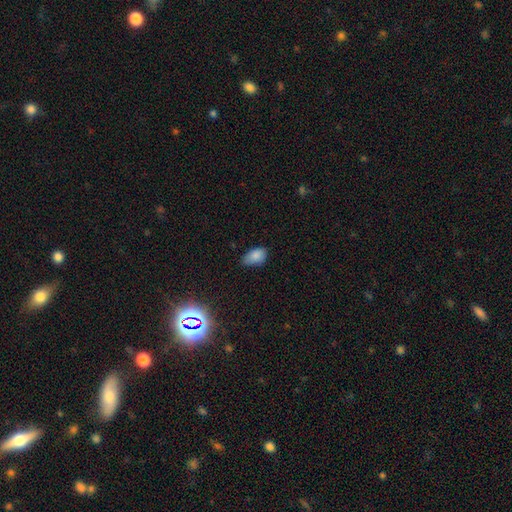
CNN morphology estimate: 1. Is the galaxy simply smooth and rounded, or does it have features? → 83% smooth, 11% star or artifact, 6% featured or disk.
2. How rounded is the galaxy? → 90% in between, 8% round, 2% cigar-shaped.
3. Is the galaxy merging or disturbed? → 58% none, 35% minor disturbance, 6% major disturbance, 2% merger.